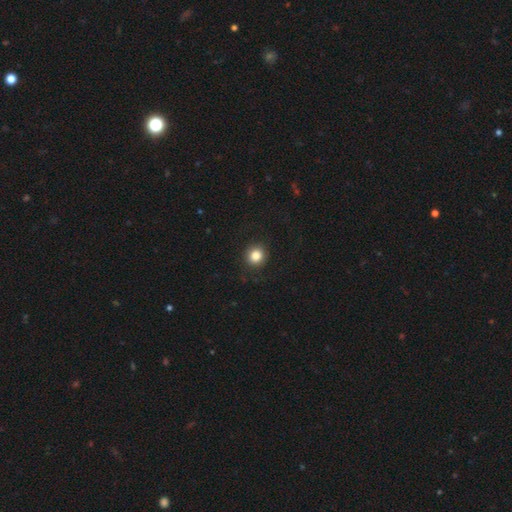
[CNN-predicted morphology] A smooth galaxy with no disk features (85%) that is round (89%). Merging: none (90%).